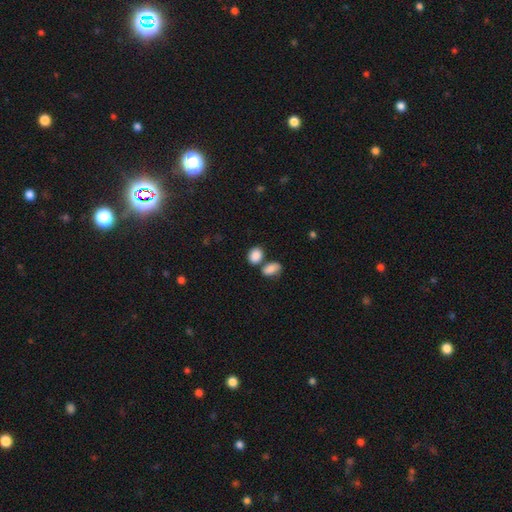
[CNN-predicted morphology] smooth 87%, star or artifact 8%, featured or disk 5%. Down the decision tree: how rounded — in between (77%); merging — none (55%).